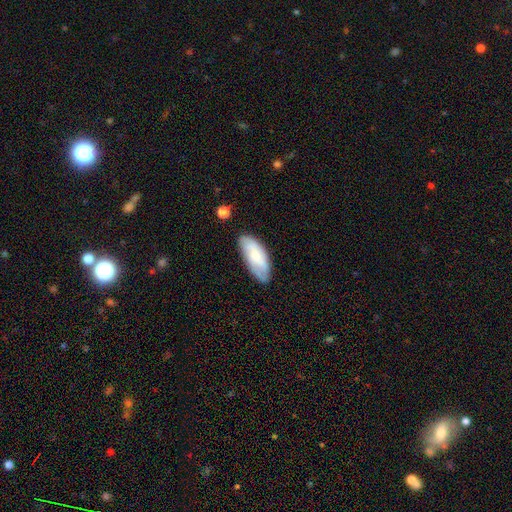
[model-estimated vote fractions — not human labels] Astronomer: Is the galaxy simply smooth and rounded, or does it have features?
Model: smooth — 62%.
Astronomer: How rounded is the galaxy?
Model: in between — 86%.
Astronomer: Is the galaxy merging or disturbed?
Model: none — 71%.